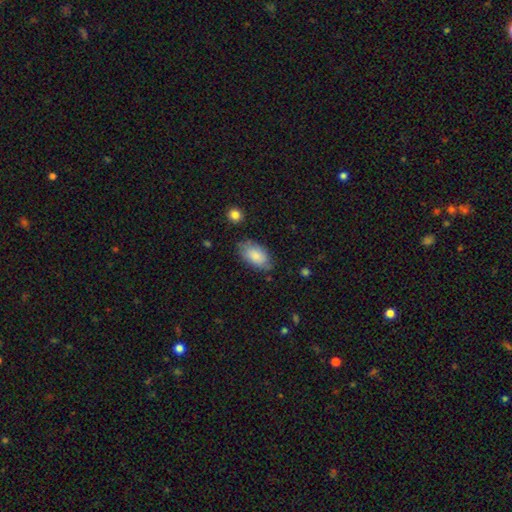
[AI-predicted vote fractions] This appears to be a smooth galaxy with no disk features (83%) that is in between round and cigar-shaped (94%). Merging: none (72%).